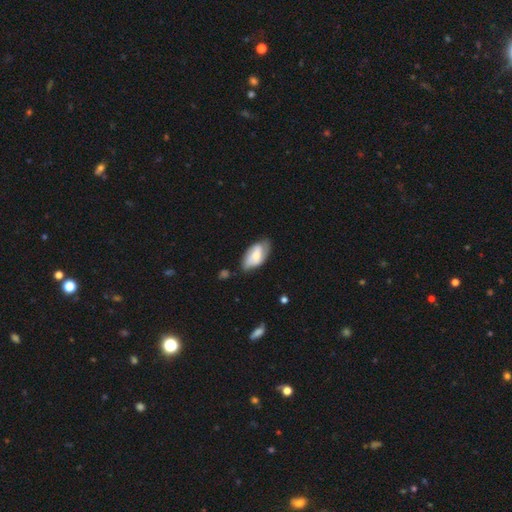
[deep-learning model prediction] This is possibly a smooth galaxy (53%). How rounded: clearly in between (93%). Merging: possibly none (58%).